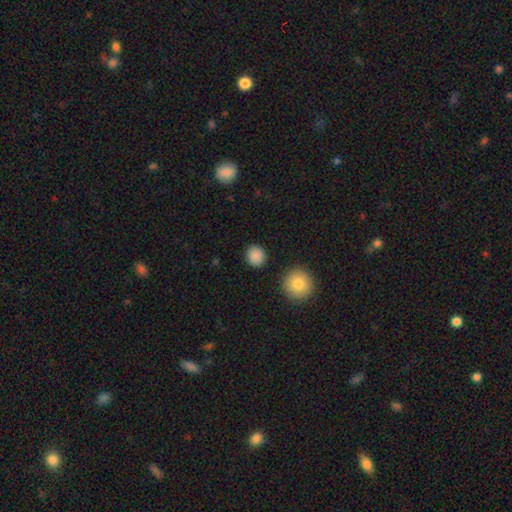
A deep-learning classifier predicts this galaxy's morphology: smooth 88%, star or artifact 9%, featured or disk 4%. Down the decision tree: how rounded — round (85%); merging — none (89%).